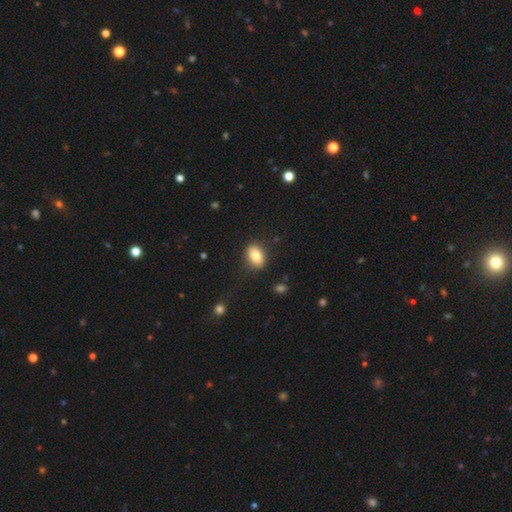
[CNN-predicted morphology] Smooth or featured: smooth — 80% (featured or disk — 12%)
How rounded: in between — 83% (round — 16%)
Merging: none — 85% (minor disturbance — 10%)